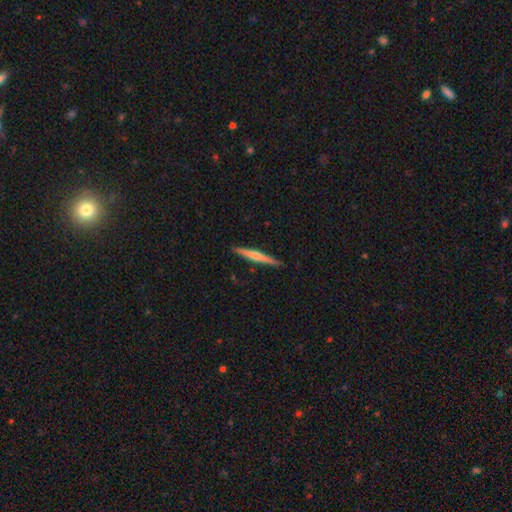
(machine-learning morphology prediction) This appears to be a featured or disk galaxy (51%) viewed edge-on (97%). Merging: none (89%).